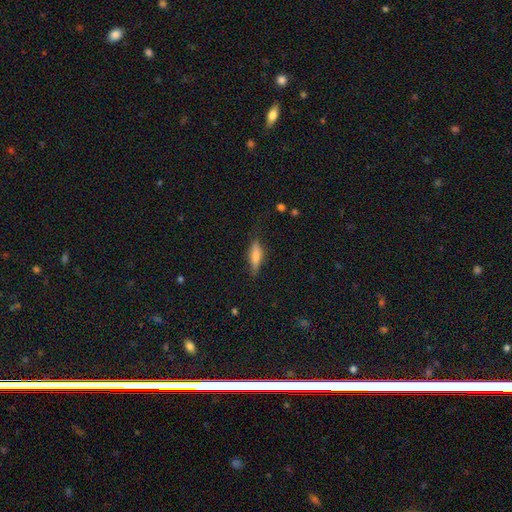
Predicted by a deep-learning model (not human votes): This appears to be a smooth galaxy with no disk features (56%) that is cigar-shaped (60%). Merging: none (75%).